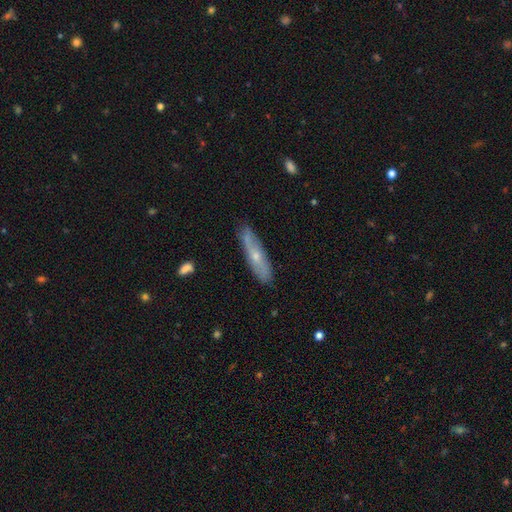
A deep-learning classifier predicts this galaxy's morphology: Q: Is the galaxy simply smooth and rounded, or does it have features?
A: featured or disk — 50%.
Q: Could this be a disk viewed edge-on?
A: yes — 56%.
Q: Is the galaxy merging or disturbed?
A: none — 80%.